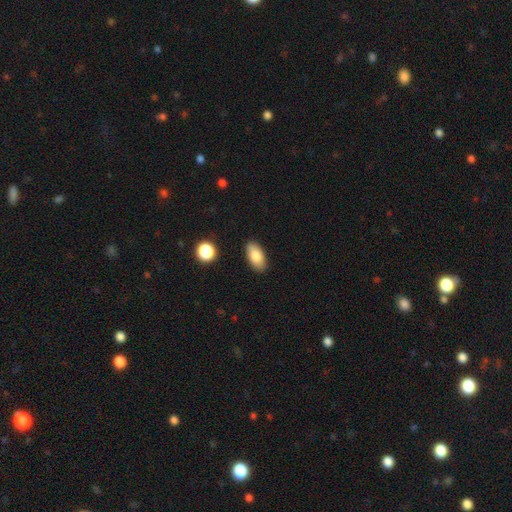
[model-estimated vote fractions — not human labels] smooth_or_featured: smooth (p=0.84) [alt: featured or disk p=0.09]
how_rounded: in between (p=0.91) [alt: cigar-shaped p=0.05]
merging: none (p=0.87) [alt: minor disturbance p=0.09]